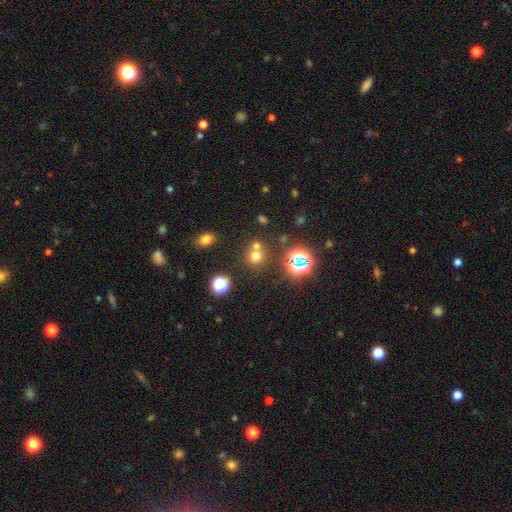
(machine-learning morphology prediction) A smooth galaxy with no disk features (62%) that is round (86%). Merging: none (58%).